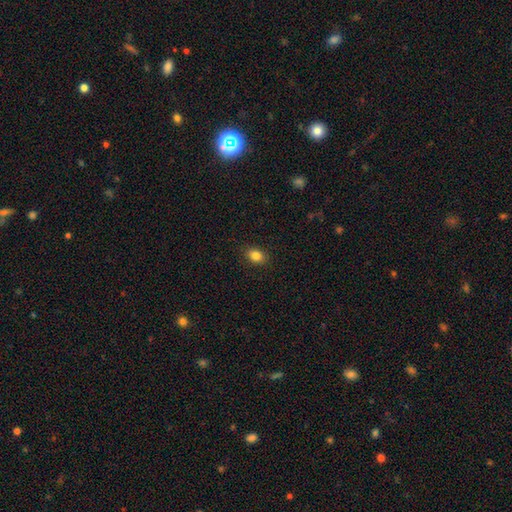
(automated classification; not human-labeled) Morphology: type=smooth (85%); roundness=in between (71%); merging=none (89%).